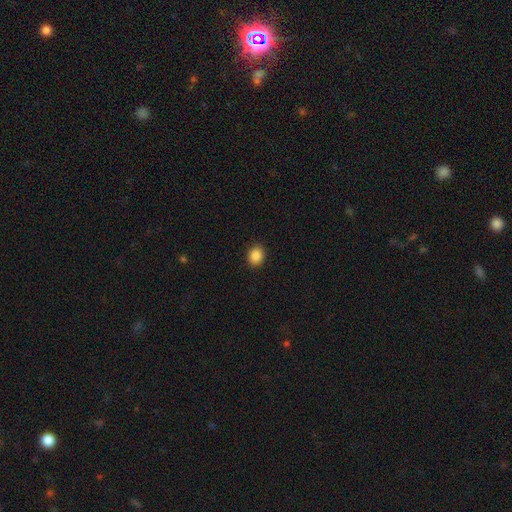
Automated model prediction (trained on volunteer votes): Overall: smooth (87%). How rounded: round (65%; in between 34%). Merging: none (91%).